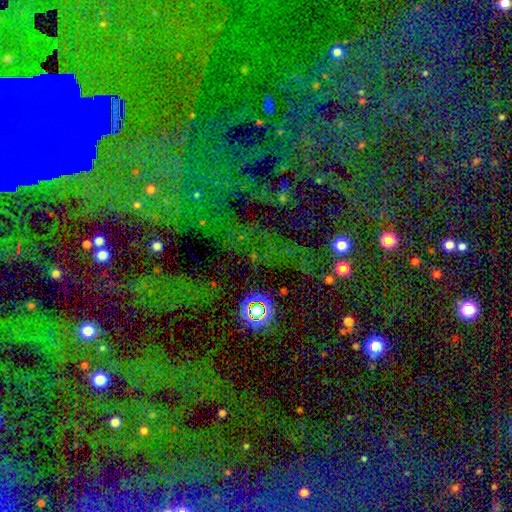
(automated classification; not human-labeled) This is likely a star or artifact rather than a galaxy (73%).